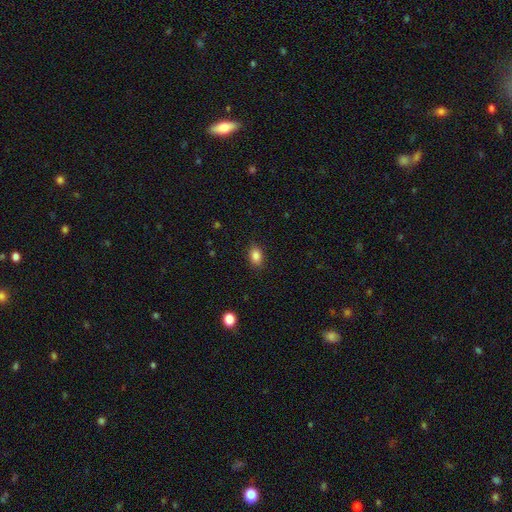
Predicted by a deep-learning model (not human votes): Morphology: type=smooth (86%); roundness=in between (80%); merging=none (87%).